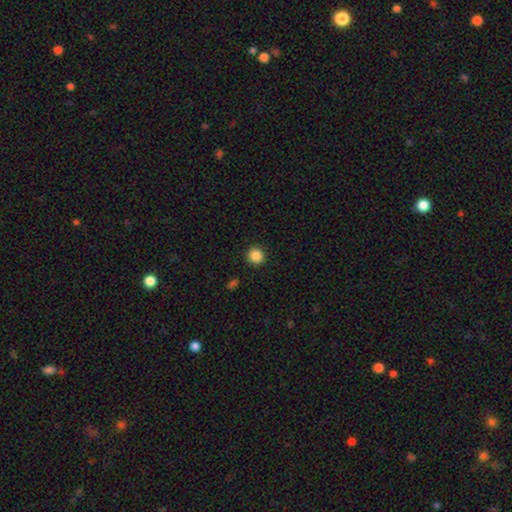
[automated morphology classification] Smooth or featured?
  - smooth: 87% *
  - star or artifact: 10%
  - featured or disk: 3%
How rounded?
  - round: 93% *
  - in between: 6%
  - cigar-shaped: 1%
Merging?
  - none: 92% *
  - minor disturbance: 5%
  - major disturbance: 2%
  - merger: 1%